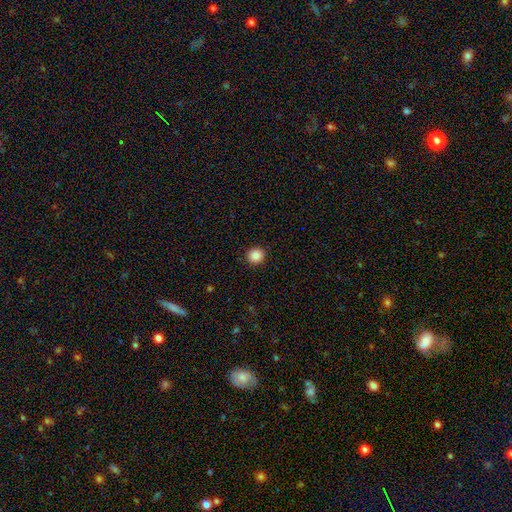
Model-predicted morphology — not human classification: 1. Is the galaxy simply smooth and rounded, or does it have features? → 88% smooth, 10% star or artifact, 3% featured or disk.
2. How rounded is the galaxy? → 91% round, 8% in between, 1% cigar-shaped.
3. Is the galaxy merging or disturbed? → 92% none, 5% minor disturbance, 2% major disturbance, 1% merger.